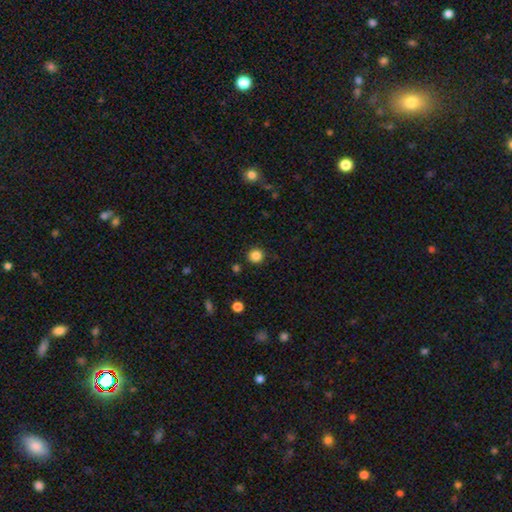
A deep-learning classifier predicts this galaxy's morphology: Q: Smooth or featured?
A: smooth (85%); runner-up: star or artifact (12%)
Q: How rounded?
A: round (94%); runner-up: in between (5%)
Q: Merging?
A: none (91%); runner-up: minor disturbance (6%)